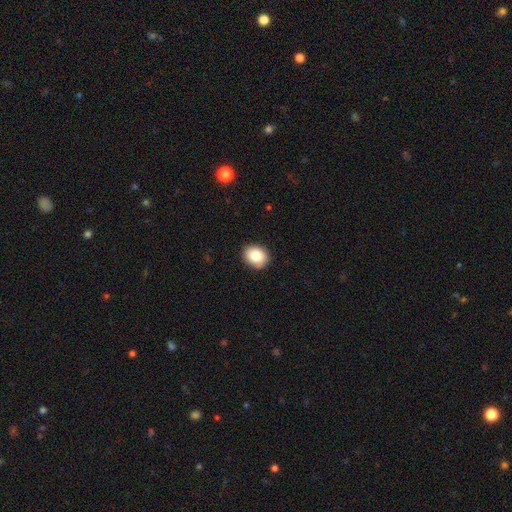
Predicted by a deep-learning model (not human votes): Smooth or featured: smooth — 84% (star or artifact — 8%)
How rounded: round — 56% (in between — 43%)
Merging: none — 88% (minor disturbance — 9%)